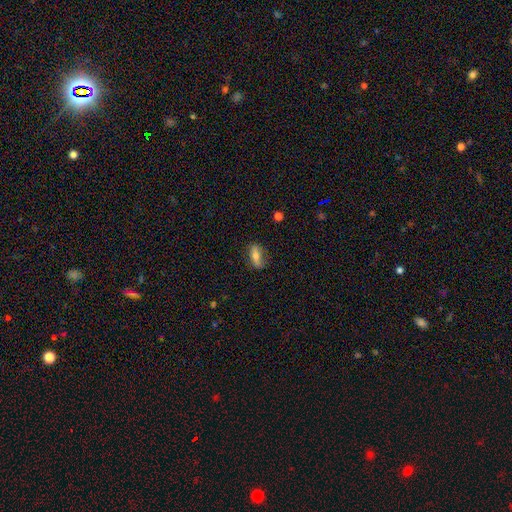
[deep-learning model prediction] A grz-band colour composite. It shows a smooth galaxy with no disk features (63%) that is in between round and cigar-shaped (72%). Merging: none (74%).